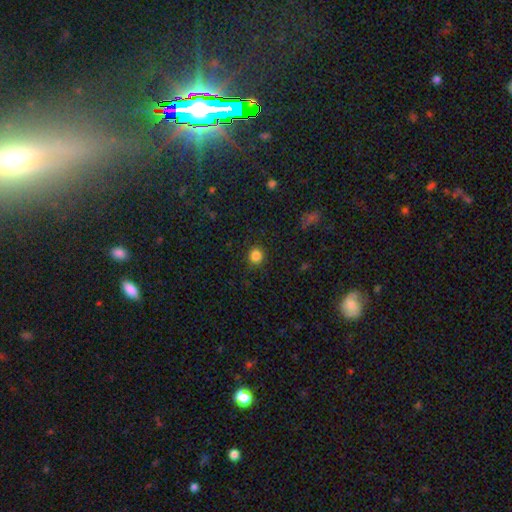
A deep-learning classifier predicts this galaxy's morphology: Overall: smooth (85%). How rounded: round (91%). Merging: none (91%).